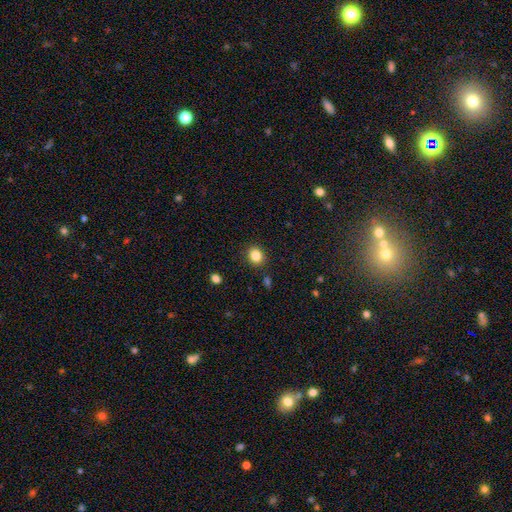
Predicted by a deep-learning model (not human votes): Morphology: type=smooth (84%); roundness=round (69%); merging=none (88%).